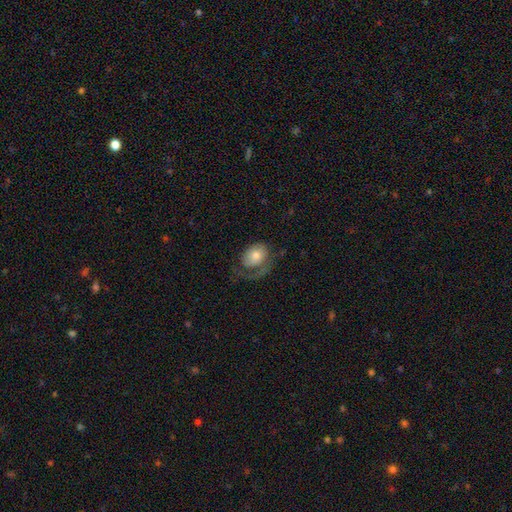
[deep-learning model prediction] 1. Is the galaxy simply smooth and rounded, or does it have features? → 53% smooth, 40% featured or disk, 7% star or artifact.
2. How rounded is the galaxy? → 66% in between, 33% round, 1% cigar-shaped.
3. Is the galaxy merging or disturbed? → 40% major disturbance, 37% none, 20% minor disturbance, 2% merger.